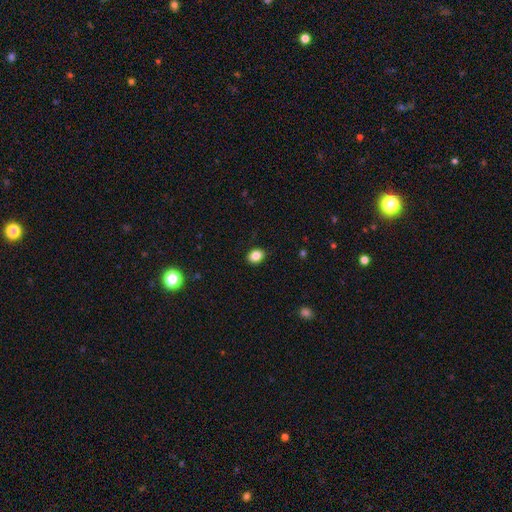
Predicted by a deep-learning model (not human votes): smooth_or_featured: smooth (p=0.86) [alt: star or artifact p=0.10]
how_rounded: in between (p=0.55) [alt: round p=0.44]
merging: none (p=0.89) [alt: minor disturbance p=0.08]